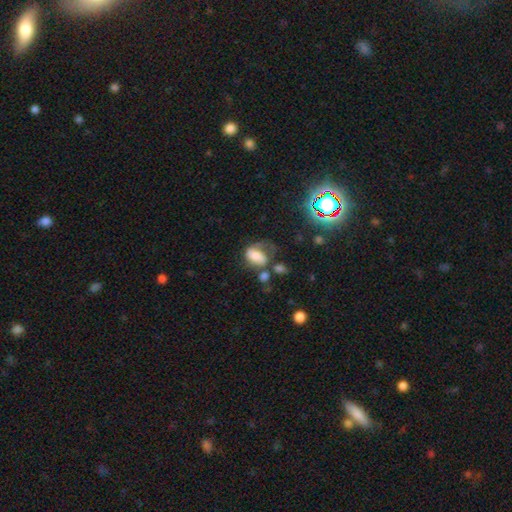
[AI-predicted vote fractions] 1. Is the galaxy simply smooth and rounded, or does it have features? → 50% smooth, 38% featured or disk, 12% star or artifact.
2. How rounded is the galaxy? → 81% in between, 17% round, 2% cigar-shaped.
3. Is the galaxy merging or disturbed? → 33% major disturbance, 28% none, 23% minor disturbance, 16% merger.